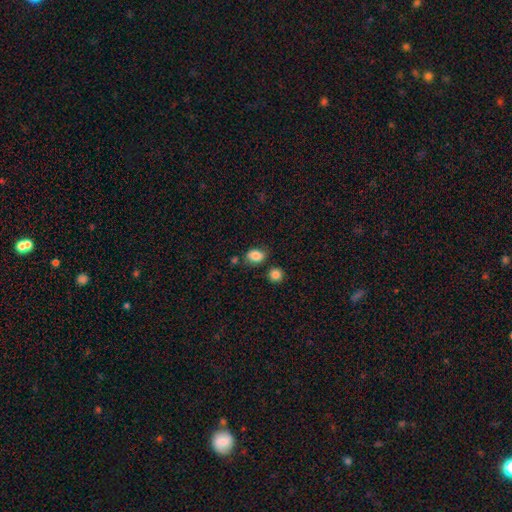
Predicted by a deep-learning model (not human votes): A smooth galaxy with no disk features (84%) that is in between round and cigar-shaped (67%). Merging: none (69%).